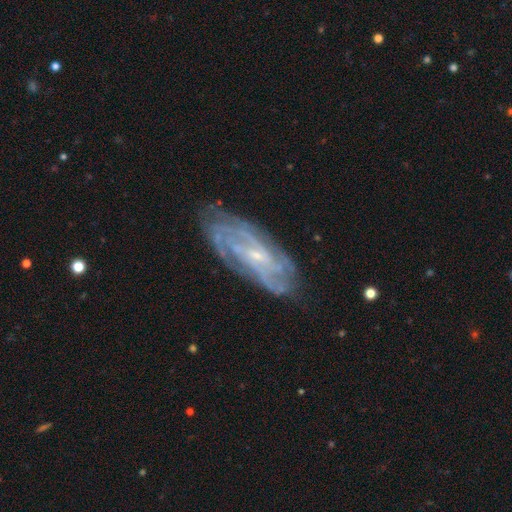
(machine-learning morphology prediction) The model was most divided on "bar": no: 52%, weak: 37%, strong: 11%. Remaining: spiral arms — yes (93%); edge-on disk — no (90%); smooth or featured — featured or disk (83%); bulge size — small (78%); merging — none (76%); spiral winding — tight (64%); spiral arm count — can't tell (41%).